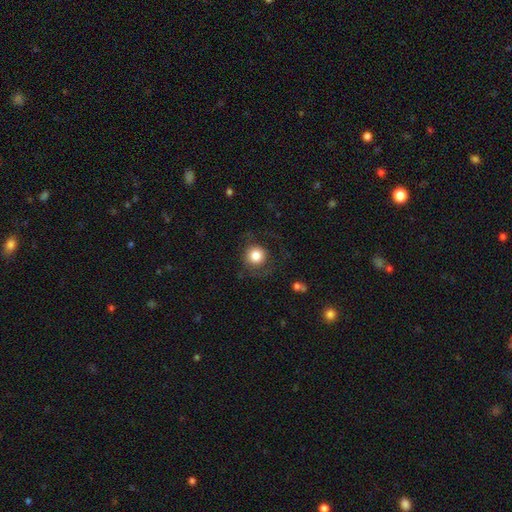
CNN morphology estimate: smooth 80%, featured or disk 11%, star or artifact 9%. Down the decision tree: how rounded — round (92%); merging — none (69%).